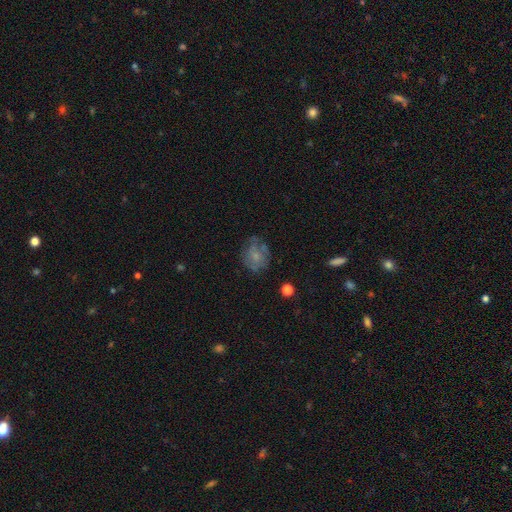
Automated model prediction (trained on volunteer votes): Smooth or featured? smooth (47%)
Merging? none (57%)